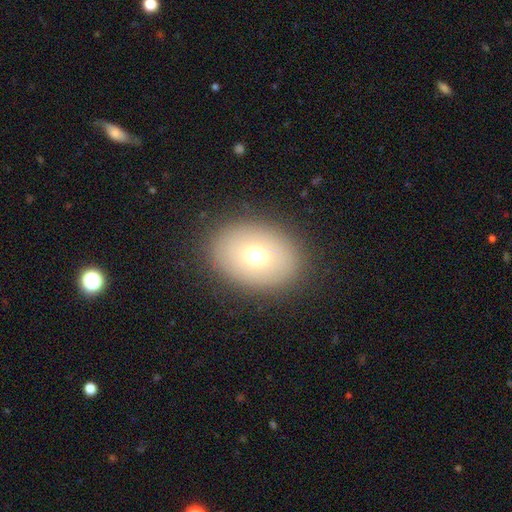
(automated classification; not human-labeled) A smooth galaxy with no disk features (67%) that is in between round and cigar-shaped (68%). Merging: none (87%).